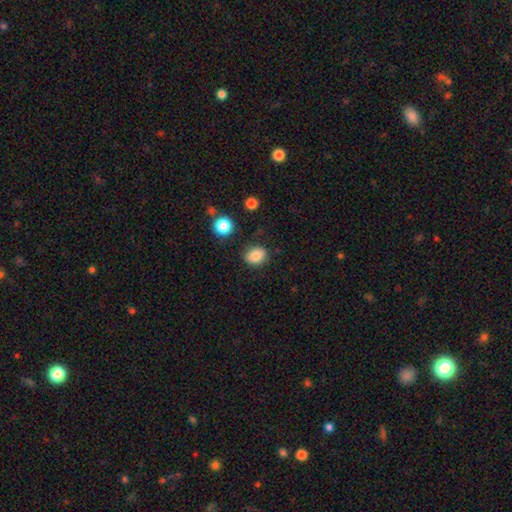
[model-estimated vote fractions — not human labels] Smooth or featured? Predicted: smooth (p=0.82). How rounded? Predicted: round (p=0.61). Merging? Predicted: none (p=0.84).